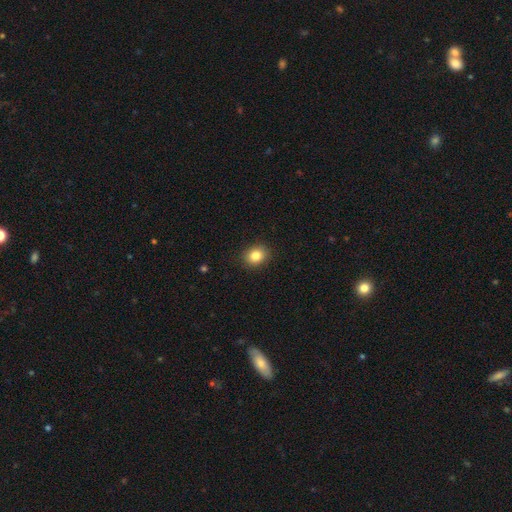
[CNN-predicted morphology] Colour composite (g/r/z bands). It shows a smooth galaxy with no disk features (83%) that is round (61%). Merging: none (90%).